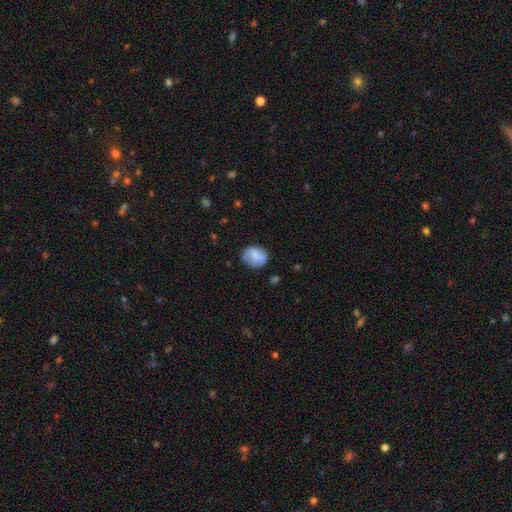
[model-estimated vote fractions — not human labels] smooth_or_featured: smooth (p=0.71) [alt: featured or disk p=0.21]
how_rounded: round (p=0.68) [alt: in between p=0.31]
merging: none (p=0.67) [alt: minor disturbance p=0.21]